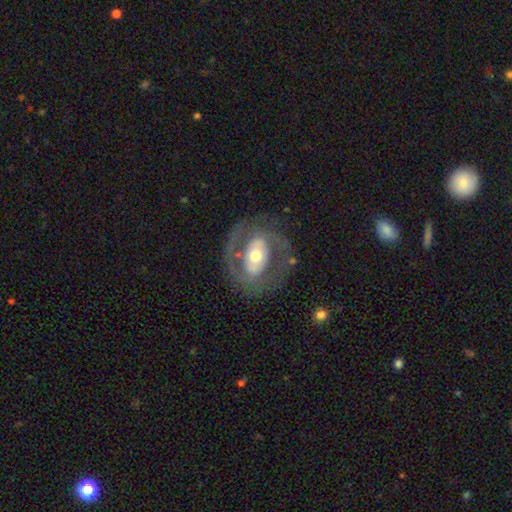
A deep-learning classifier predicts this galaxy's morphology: Smooth or featured? featured or disk (75%)
Edge-on disk? no (95%)
Bar? no (44%)
Spiral arms? yes (63%)
Bulge size? moderate (67%)
Merging? none (68%)